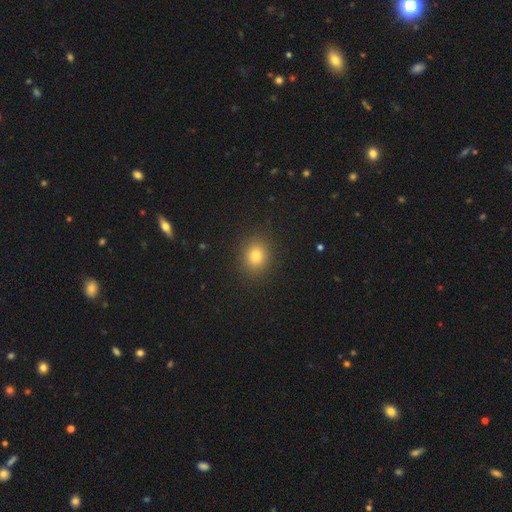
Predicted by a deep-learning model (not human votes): This is clearly a smooth galaxy (81%). How rounded: possibly round (57%). Merging: clearly none (89%).